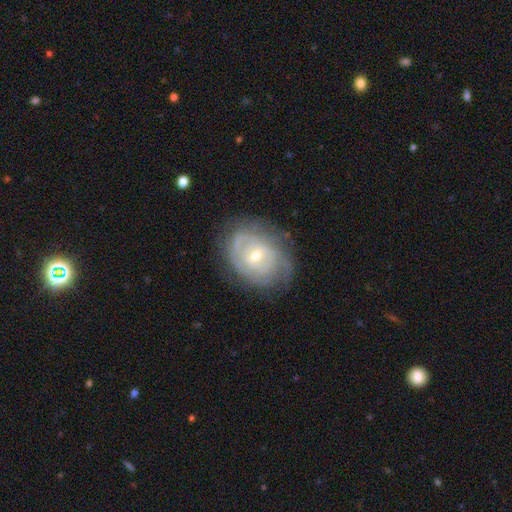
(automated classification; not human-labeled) Smooth or featured: featured or disk — 79% (smooth — 15%)
Edge-on disk: no — 96% (yes — 4%)
Bar: no — 51% (weak — 40%)
Spiral arms: yes — 87% (no — 13%)
Spiral winding: tight — 71% (medium — 22%)
Spiral arm count: can't tell — 48% (2 — 22%)
Bulge size: small — 49% (moderate — 47%)
Merging: none — 71% (minor disturbance — 20%)